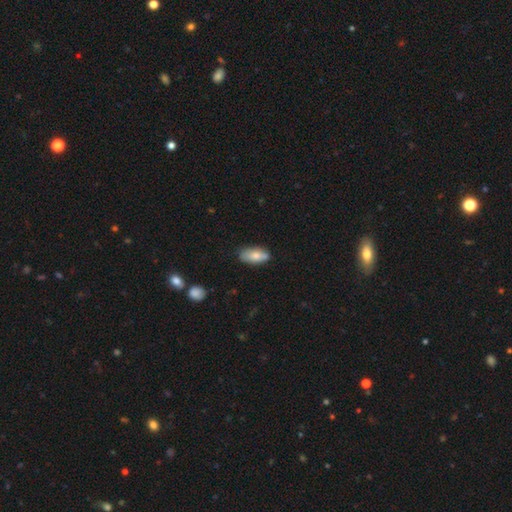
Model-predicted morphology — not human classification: Smooth or featured: smooth — 77% (featured or disk — 17%)
How rounded: in between — 89% (cigar-shaped — 9%)
Merging: none — 72% (minor disturbance — 22%)